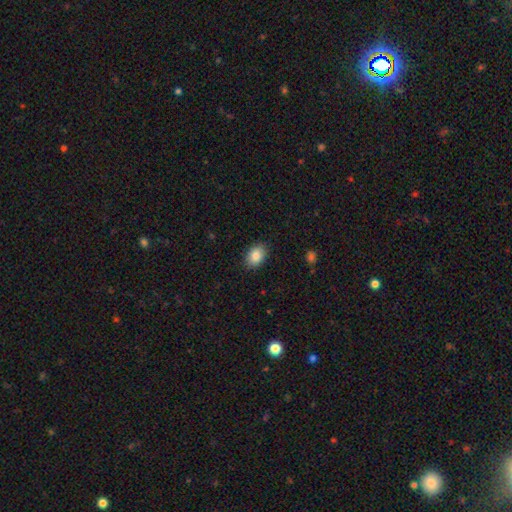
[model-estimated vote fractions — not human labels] Q: Smooth or featured?
A: smooth (86%); runner-up: star or artifact (8%)
Q: How rounded?
A: in between (81%); runner-up: round (18%)
Q: Merging?
A: none (87%); runner-up: minor disturbance (9%)